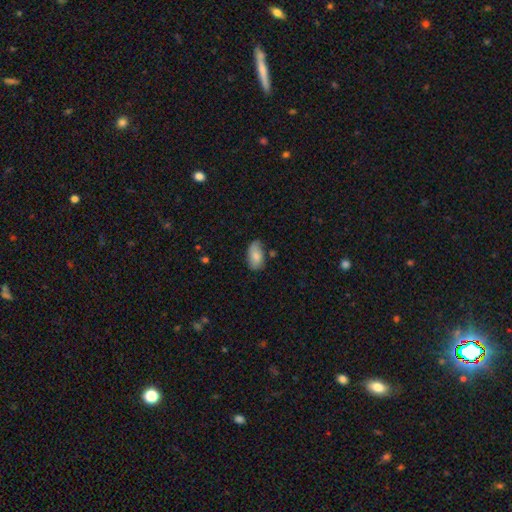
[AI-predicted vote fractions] smooth_or_featured: smooth (p=0.80) [alt: featured or disk p=0.13]
how_rounded: in between (p=0.94) [alt: round p=0.04]
merging: none (p=0.64) [alt: minor disturbance p=0.27]